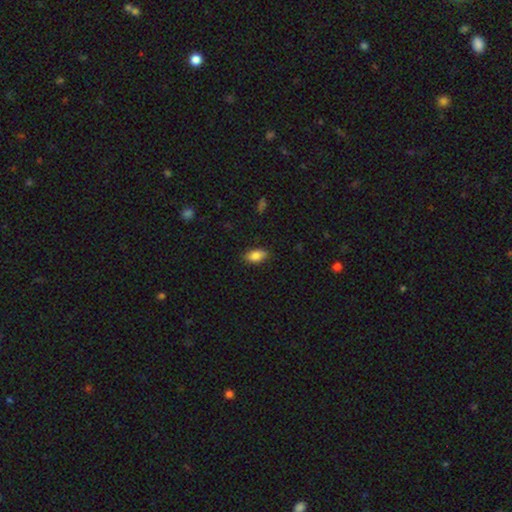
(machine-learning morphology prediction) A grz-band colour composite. It shows a smooth galaxy with no disk features (83%) that is in between round and cigar-shaped (90%). Merging: none (86%).